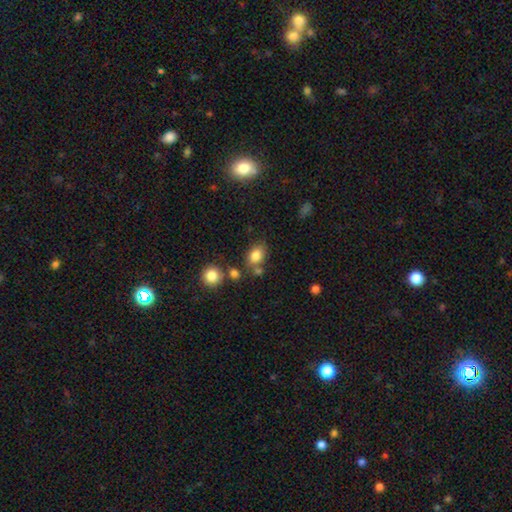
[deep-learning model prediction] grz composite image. It shows a smooth galaxy with no disk features (81%) that is in between round and cigar-shaped (68%). Merging: none (65%).